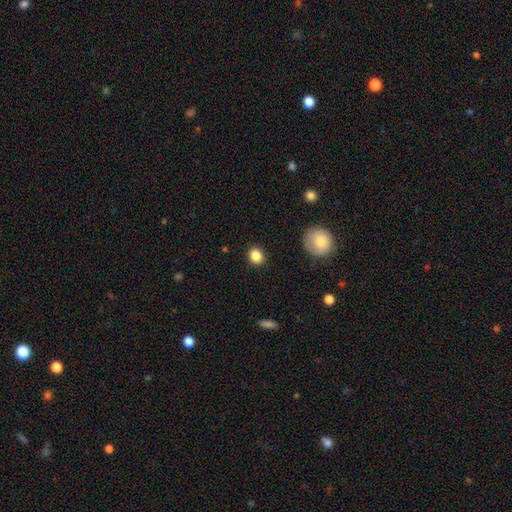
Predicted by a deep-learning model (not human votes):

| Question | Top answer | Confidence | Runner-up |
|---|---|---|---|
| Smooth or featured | smooth | 85% | star or artifact (10%) |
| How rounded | round | 73% | in between (26%) |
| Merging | none | 89% | minor disturbance (7%) |